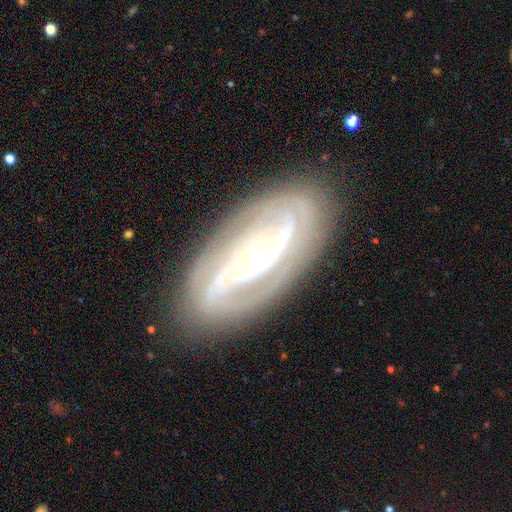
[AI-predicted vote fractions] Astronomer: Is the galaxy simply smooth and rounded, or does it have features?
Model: featured or disk — 86%.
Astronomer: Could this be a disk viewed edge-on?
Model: no — 93%.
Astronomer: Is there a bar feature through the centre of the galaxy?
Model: no — 45% (runner-up: weak, 28%).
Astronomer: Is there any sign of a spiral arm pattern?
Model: yes — 94%.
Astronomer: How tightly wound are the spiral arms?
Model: tight — 58%.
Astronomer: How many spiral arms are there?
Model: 2 — 55%.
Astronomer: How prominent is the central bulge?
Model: small — 60% (runner-up: moderate, 36%).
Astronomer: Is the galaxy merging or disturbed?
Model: none — 83%.